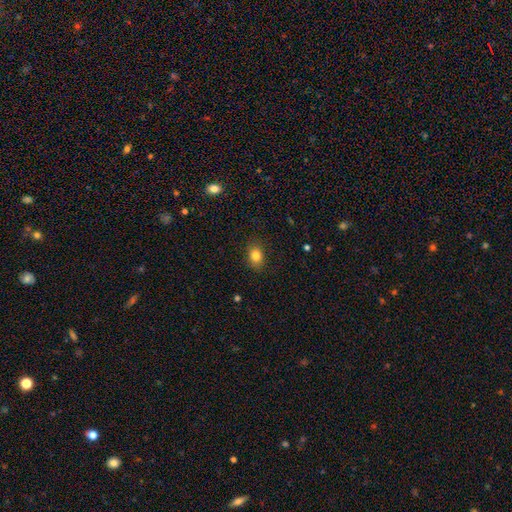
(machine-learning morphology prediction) Overall: smooth (83%). How rounded: in between (67%; round 32%). Merging: none (86%).